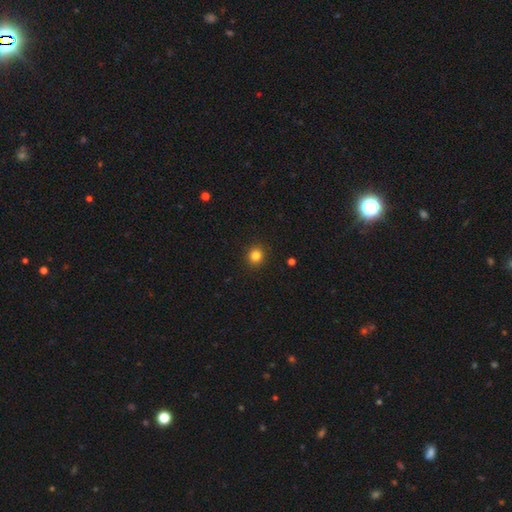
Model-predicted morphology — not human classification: The model was most divided on "smooth or featured": smooth: 83%, star or artifact: 12%, featured or disk: 5%. More confident: merging — none (92%); how rounded — round (88%).